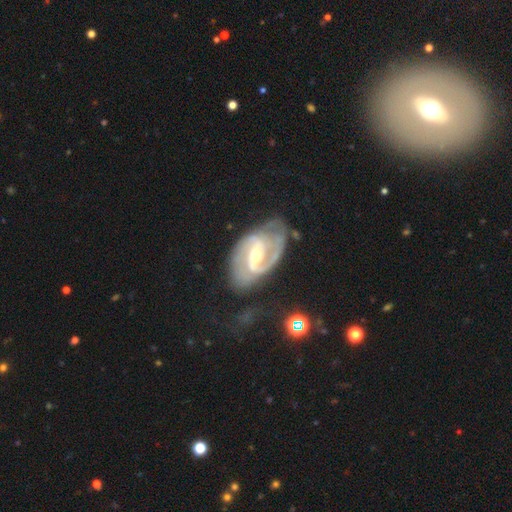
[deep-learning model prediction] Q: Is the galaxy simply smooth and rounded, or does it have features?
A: featured or disk — 90%.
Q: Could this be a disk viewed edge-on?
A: no — 97%.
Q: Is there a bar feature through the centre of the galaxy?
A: weak — 44%.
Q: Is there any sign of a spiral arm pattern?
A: yes — 97%.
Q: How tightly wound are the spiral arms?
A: medium — 49%.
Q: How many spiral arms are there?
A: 2 — 83%.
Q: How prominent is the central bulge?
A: moderate — 51%.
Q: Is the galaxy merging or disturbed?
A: none — 62%.